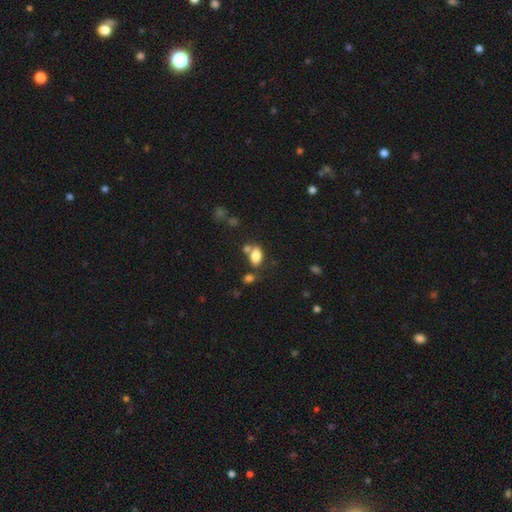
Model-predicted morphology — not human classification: The model was most divided on "merging": none: 54%, merger: 26%, minor disturbance: 15%, major disturbance: 5%. More confident: how rounded — in between (87%); smooth or featured — smooth (81%).